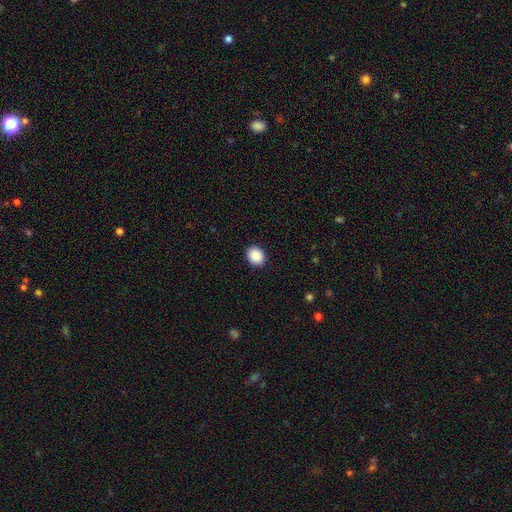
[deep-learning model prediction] This appears to be a smooth galaxy with no disk features (89%) that is round (57%). Merging: none (91%).